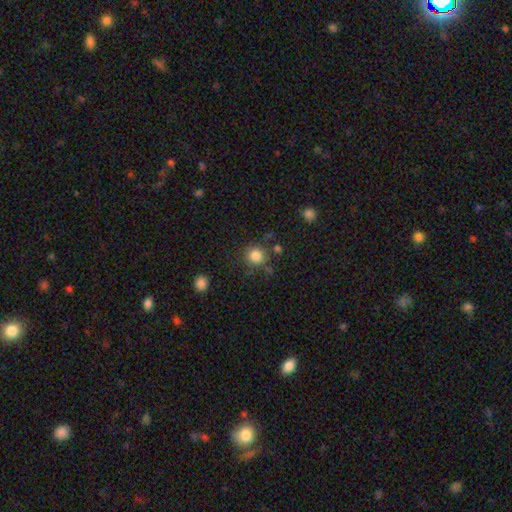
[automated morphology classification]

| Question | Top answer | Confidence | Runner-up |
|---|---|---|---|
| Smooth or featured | smooth | 84% | star or artifact (11%) |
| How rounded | round | 92% | in between (7%) |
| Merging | none | 80% | minor disturbance (10%) |